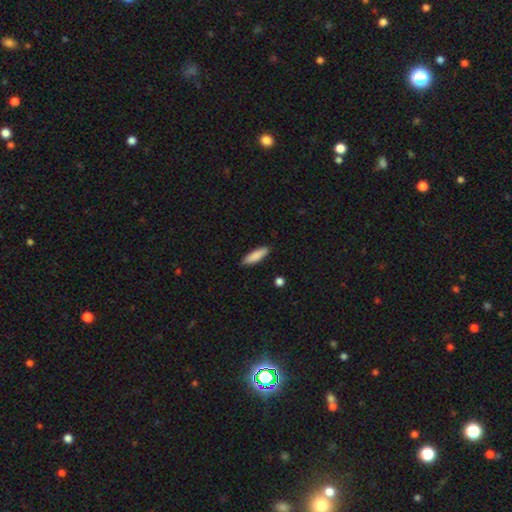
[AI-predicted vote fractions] Smooth or featured?
  - smooth: 86% *
  - featured or disk: 9%
  - star or artifact: 6%
How rounded?
  - cigar-shaped: 59% *
  - in between: 39%
  - round: 2%
Merging?
  - none: 87% *
  - minor disturbance: 10%
  - major disturbance: 2%
  - merger: 1%